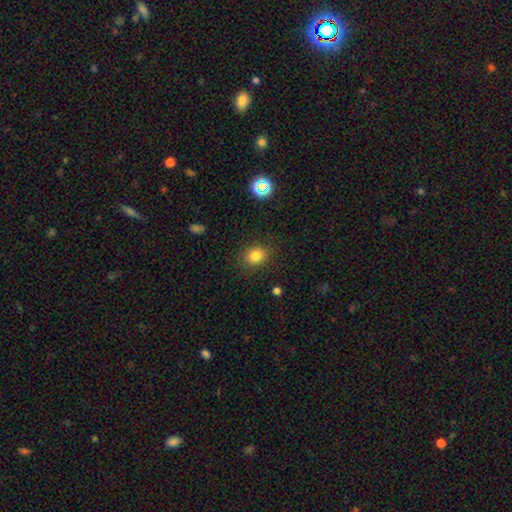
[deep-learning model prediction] smooth_or_featured: smooth (p=0.81) [alt: star or artifact p=0.12]
how_rounded: round (p=0.54) [alt: in between p=0.45]
merging: none (p=0.85) [alt: minor disturbance p=0.10]